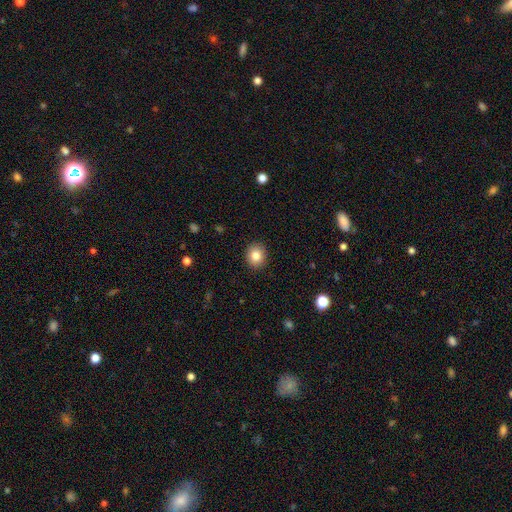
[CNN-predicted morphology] A smooth galaxy with no disk features (84%) that is round (75%).

Vote fractions:
- Smooth or featured? smooth: 84% / star or artifact: 10% / featured or disk: 7%
- How rounded? round: 75% / in between: 24% / cigar-shaped: 1%
- Merging? none: 91% / minor disturbance: 6% / major disturbance: 2% / merger: 1%